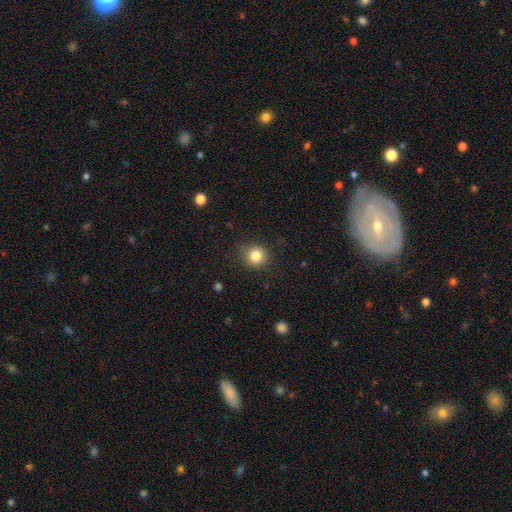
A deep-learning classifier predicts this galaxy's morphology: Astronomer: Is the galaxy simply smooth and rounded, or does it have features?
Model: smooth — 83%.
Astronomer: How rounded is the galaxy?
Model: round — 88%.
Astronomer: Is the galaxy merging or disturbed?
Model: none — 86%.